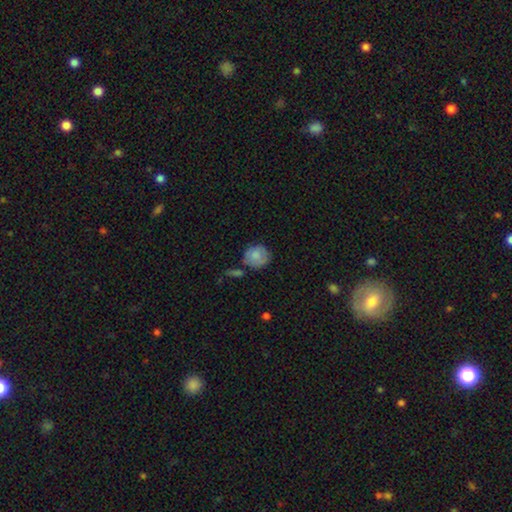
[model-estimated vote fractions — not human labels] A smooth galaxy with no disk features (74%) that is round (75%). Merging: none (58%).